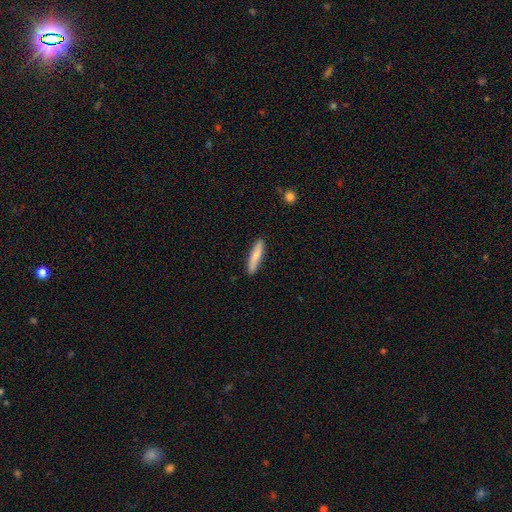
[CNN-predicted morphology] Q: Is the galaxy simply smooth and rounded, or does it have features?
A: smooth — 81%.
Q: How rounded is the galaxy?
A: cigar-shaped — 83%.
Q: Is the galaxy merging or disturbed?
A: none — 87%.